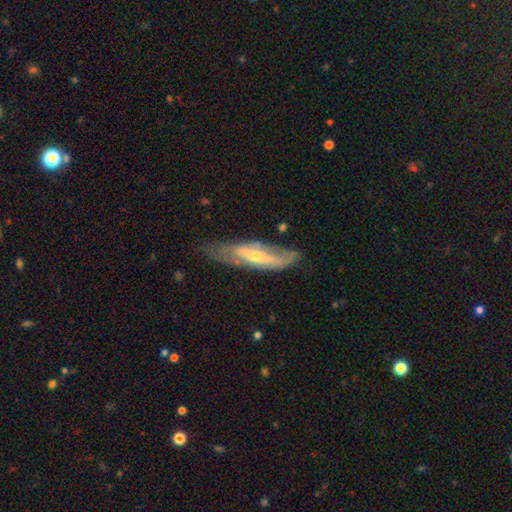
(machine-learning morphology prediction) Smooth or featured? Predicted: featured or disk (p=0.69). Edge-on disk? Predicted: no (p=0.61). Merging? Predicted: none (p=0.62).